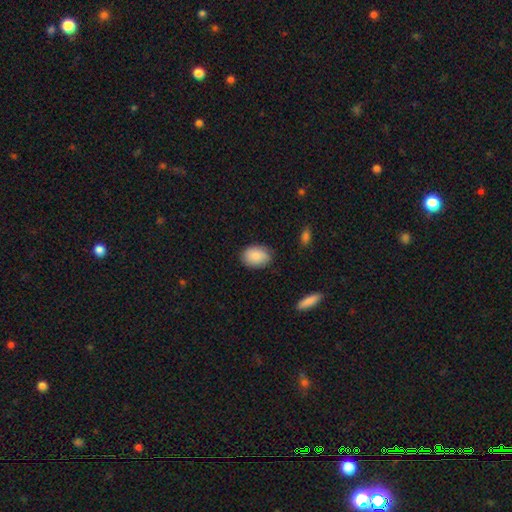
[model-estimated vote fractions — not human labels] A smooth galaxy with no disk features (86%) that is in between round and cigar-shaped (76%). Merging: none (81%).